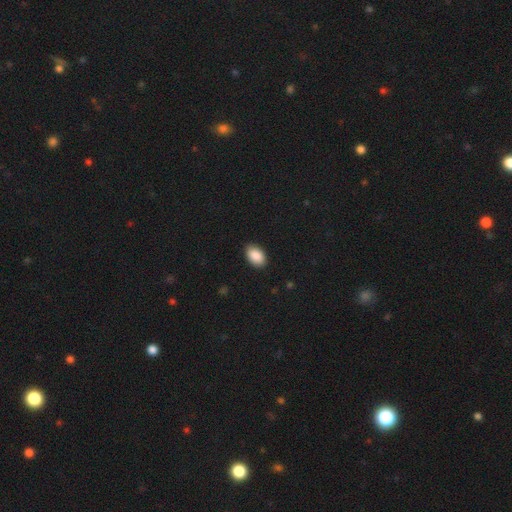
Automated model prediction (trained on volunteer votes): This appears to be a smooth galaxy with no disk features (90%) that is in between round and cigar-shaped (91%). Merging: none (89%).